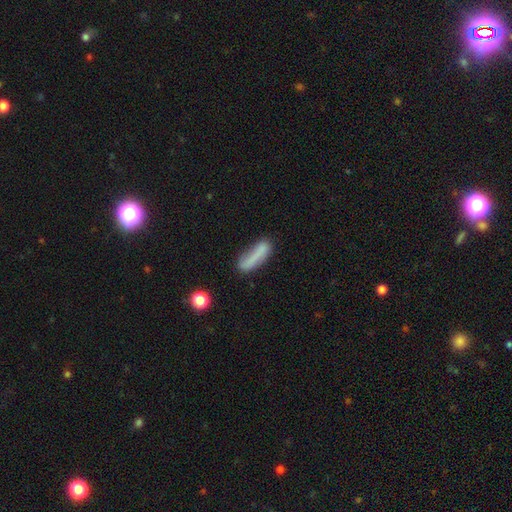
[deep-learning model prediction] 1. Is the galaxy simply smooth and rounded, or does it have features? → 74% smooth, 17% featured or disk, 9% star or artifact.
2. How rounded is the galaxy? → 65% cigar-shaped, 32% in between, 3% round.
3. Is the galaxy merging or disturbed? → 60% none, 24% minor disturbance, 10% major disturbance, 6% merger.